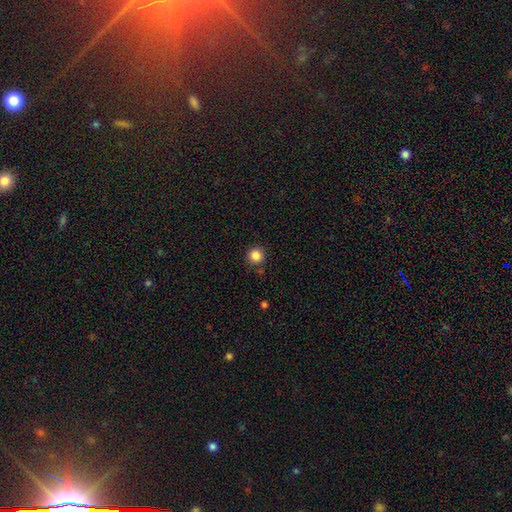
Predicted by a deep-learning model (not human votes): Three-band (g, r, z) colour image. It shows a smooth galaxy with no disk features (85%) that is round (94%). Merging: none (87%).